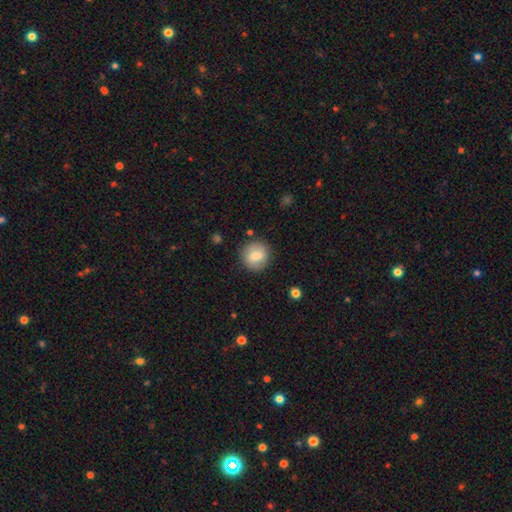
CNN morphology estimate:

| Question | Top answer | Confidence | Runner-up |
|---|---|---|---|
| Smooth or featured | smooth | 78% | featured or disk (14%) |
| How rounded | round | 90% | in between (9%) |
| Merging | none | 86% | minor disturbance (9%) |